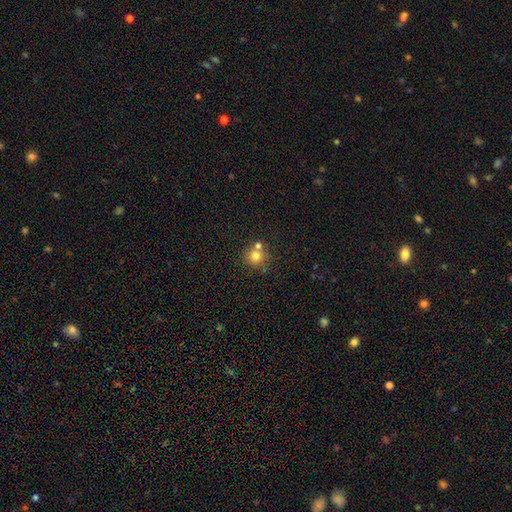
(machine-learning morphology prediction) Smooth or featured: smooth — 76% (star or artifact — 13%)
How rounded: round — 90% (in between — 9%)
Merging: none — 59% (merger — 30%)